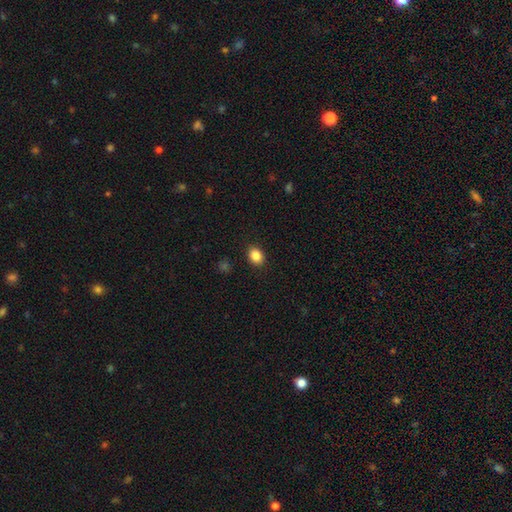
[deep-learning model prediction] The model was most divided on "how rounded": in between: 55%, round: 44%, cigar-shaped: 1%. More confident: merging — none (90%); smooth or featured — smooth (86%).